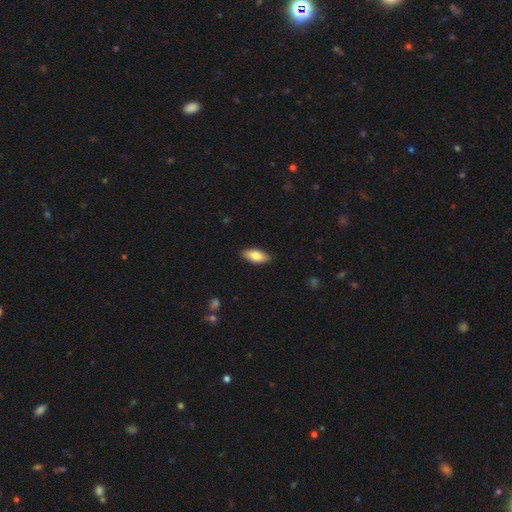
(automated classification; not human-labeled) This is clearly a smooth galaxy (83%). How rounded: clearly in between (88%). Merging: clearly none (88%).